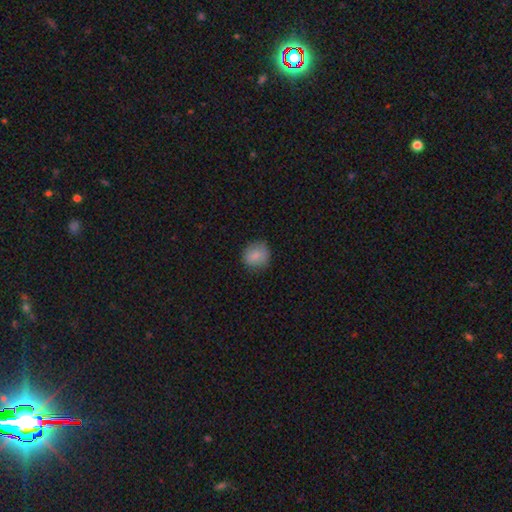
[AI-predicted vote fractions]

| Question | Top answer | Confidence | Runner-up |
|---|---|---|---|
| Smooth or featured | smooth | 84% | star or artifact (8%) |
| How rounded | round | 81% | in between (18%) |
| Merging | none | 76% | minor disturbance (19%) |